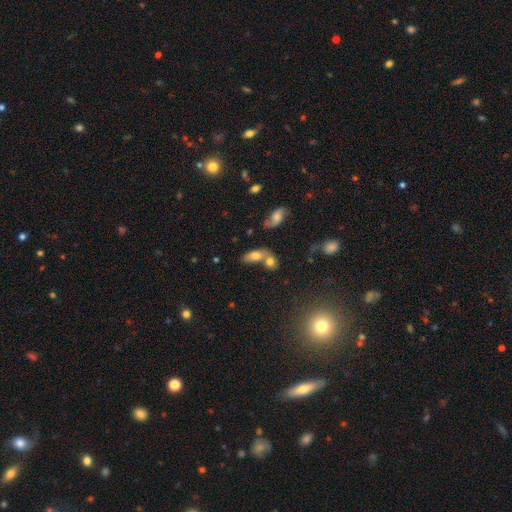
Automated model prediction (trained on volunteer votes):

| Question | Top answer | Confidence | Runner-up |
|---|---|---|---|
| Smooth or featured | smooth | 72% | featured or disk (18%) |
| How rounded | in between | 83% | cigar-shaped (8%) |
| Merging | merger | 48% | none (36%) |